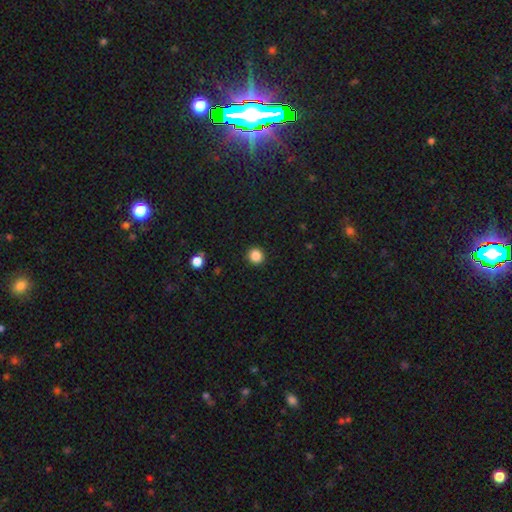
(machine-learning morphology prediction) type=smooth (86%); roundness=round (92%); merging=none (92%).